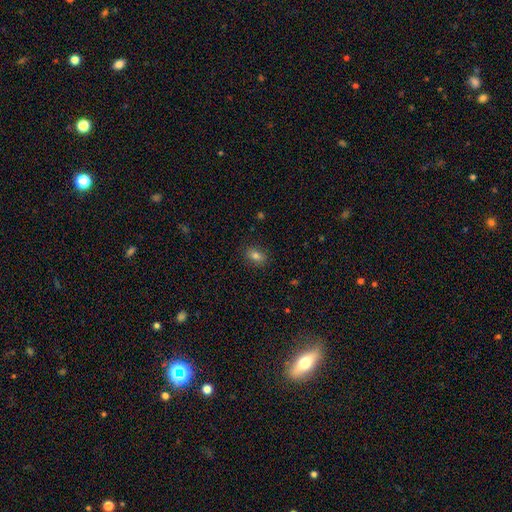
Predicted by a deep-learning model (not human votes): smooth-or-featured: smooth: 79% | star or artifact: 11% | featured or disk: 9%
  how-rounded: in between: 80% | round: 17% | cigar-shaped: 3%
  merging: none: 87% | minor disturbance: 10% | major disturbance: 2% | merger: 1%